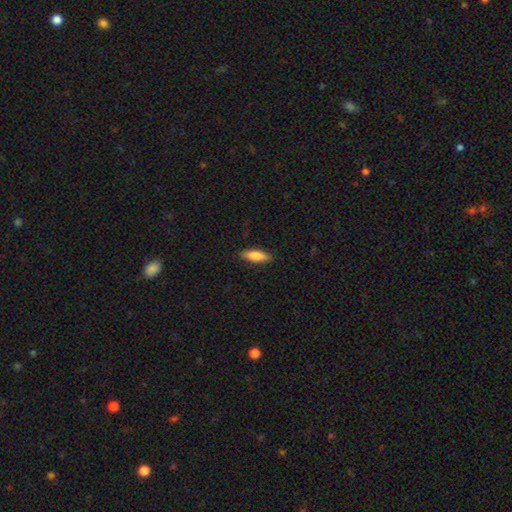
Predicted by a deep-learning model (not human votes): Morphology: type=smooth (81%); roundness=cigar-shaped (54%); merging=none (88%).